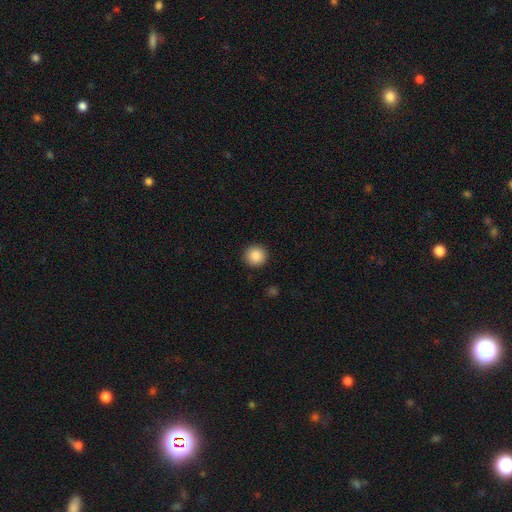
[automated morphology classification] smooth-or-featured: smooth: 88% | star or artifact: 9% | featured or disk: 4%
  how-rounded: round: 95% | in between: 4% | cigar-shaped: 1%
  merging: none: 92% | minor disturbance: 5% | major disturbance: 2% | merger: 1%